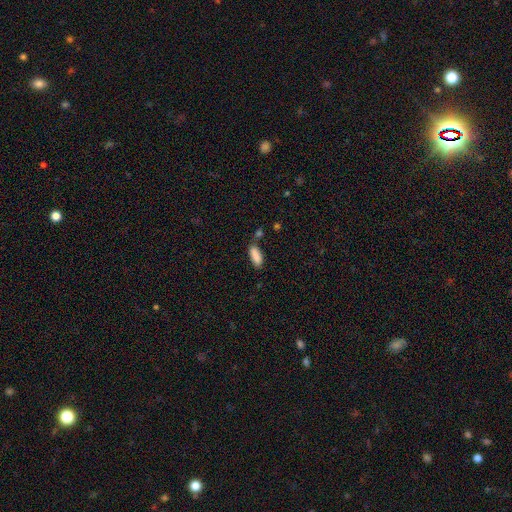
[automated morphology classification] smooth_or_featured: smooth (p=0.88) [alt: star or artifact p=0.07]
how_rounded: in between (p=0.76) [alt: cigar-shaped p=0.23]
merging: none (p=0.70) [alt: minor disturbance p=0.16]